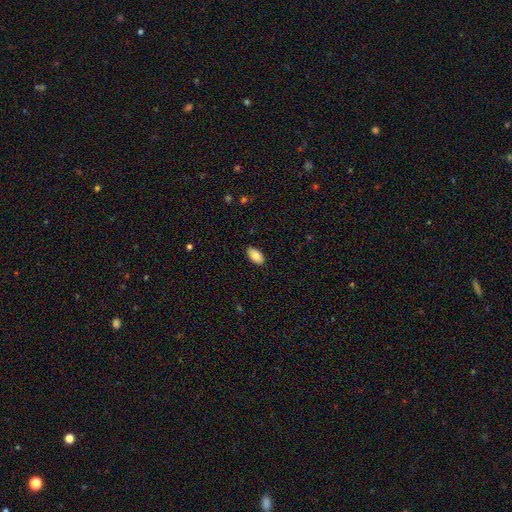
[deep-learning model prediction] Smooth or featured: smooth — 84% (featured or disk — 9%)
How rounded: in between — 94% (round — 4%)
Merging: none — 88% (minor disturbance — 10%)